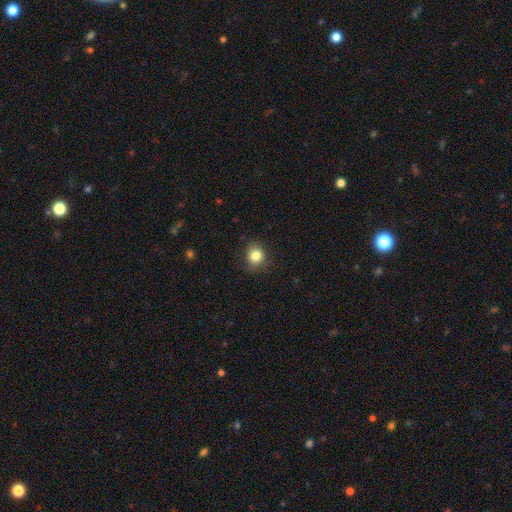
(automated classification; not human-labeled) Smooth or featured? Predicted: smooth (p=0.83). How rounded? Predicted: round (p=0.81). Merging? Predicted: none (p=0.82).